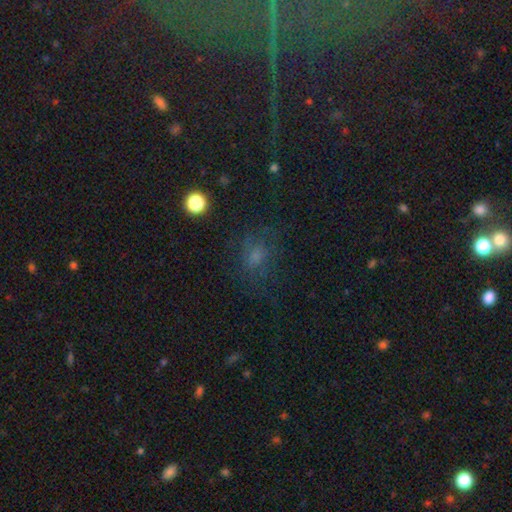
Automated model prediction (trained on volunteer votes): Smooth or featured?
  - smooth: 51% *
  - star or artifact: 28%
  - featured or disk: 21%
How rounded?
  - round: 54% *
  - in between: 44%
  - cigar-shaped: 2%
Merging?
  - none: 63% *
  - minor disturbance: 18%
  - major disturbance: 17%
  - merger: 2%